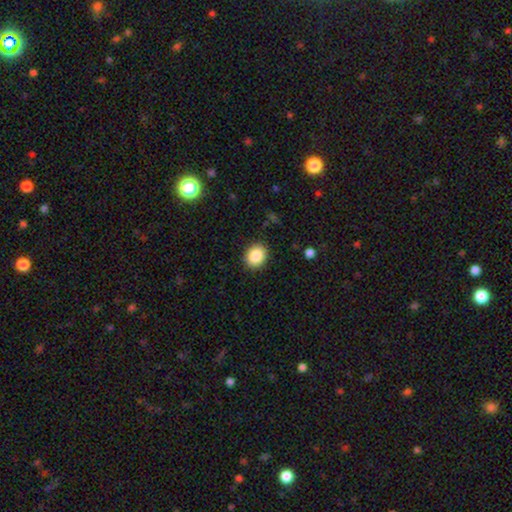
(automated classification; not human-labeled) Smooth or featured? Predicted: smooth (p=0.87). How rounded? Predicted: round (p=0.57). Merging? Predicted: none (p=0.89).